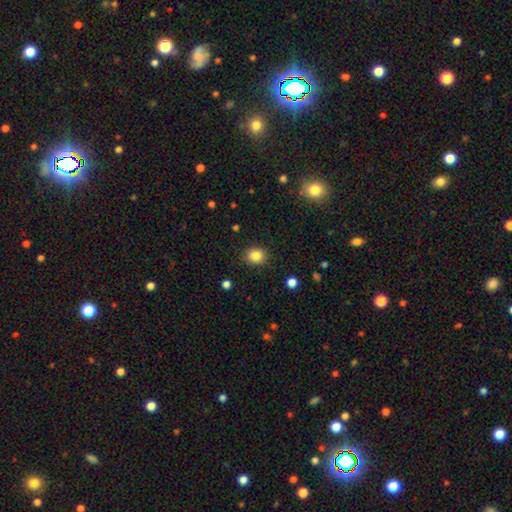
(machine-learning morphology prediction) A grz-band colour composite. It shows a smooth galaxy with no disk features (84%) that is round (71%). Merging: none (89%).